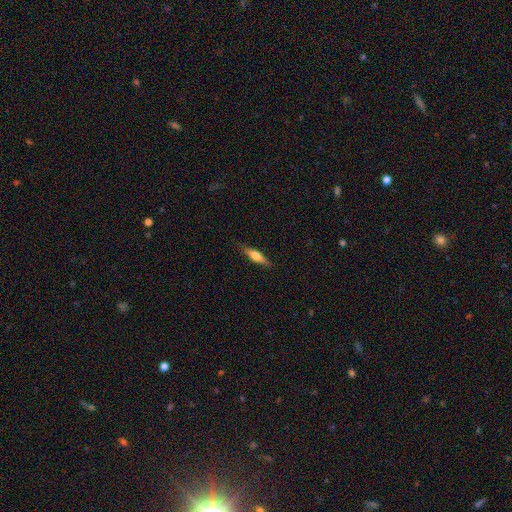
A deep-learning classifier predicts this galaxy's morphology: A smooth galaxy with no disk features (58%) that is cigar-shaped (62%).

Vote fractions:
- Smooth or featured? smooth: 58% / featured or disk: 36% / star or artifact: 6%
- How rounded? cigar-shaped: 62% / in between: 35% / round: 2%
- Merging? none: 84% / minor disturbance: 12% / major disturbance: 3% / merger: 1%